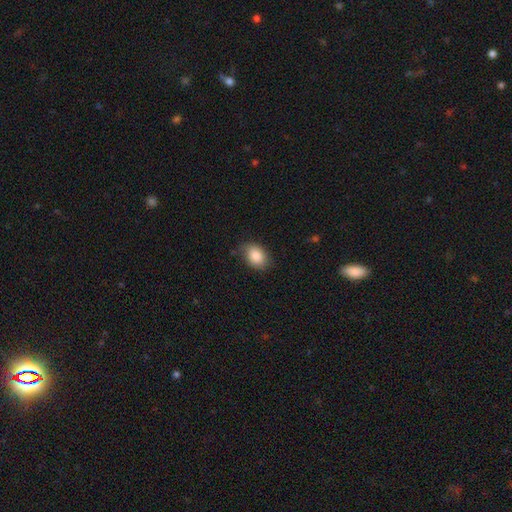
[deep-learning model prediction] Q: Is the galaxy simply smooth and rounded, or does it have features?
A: smooth — 86%.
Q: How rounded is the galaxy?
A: in between — 79%.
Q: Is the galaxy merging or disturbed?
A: none — 77%.